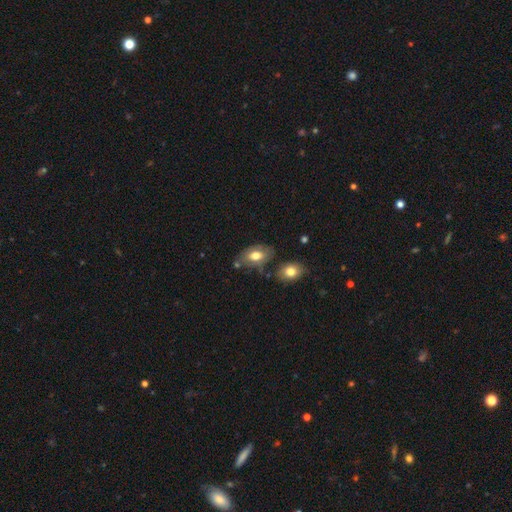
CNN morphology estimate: smooth 68%, featured or disk 25%, star or artifact 7%. Down the decision tree: how rounded — in between (90%); merging — none (58%).